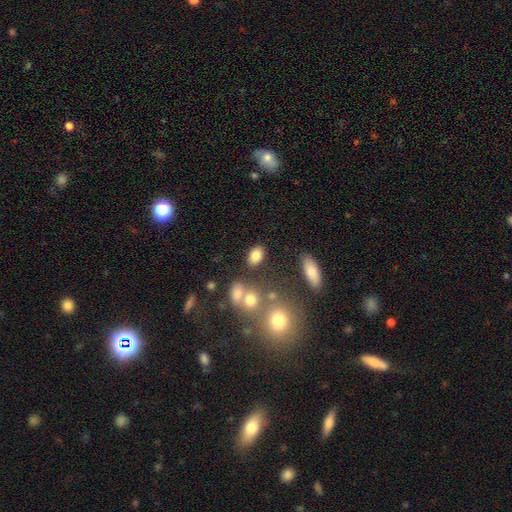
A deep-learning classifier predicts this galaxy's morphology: Smooth or featured? smooth (82%)
How rounded? in between (85%)
Merging? none (79%)